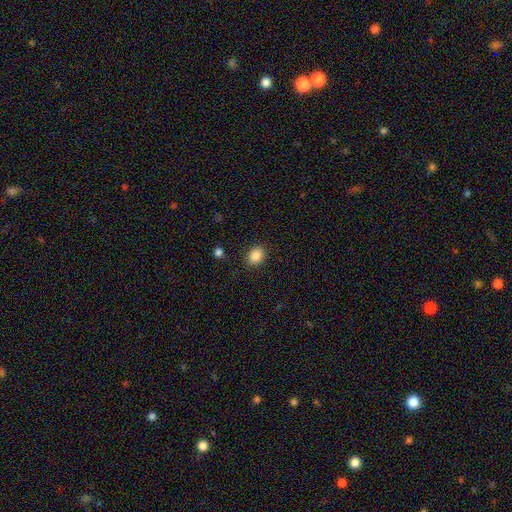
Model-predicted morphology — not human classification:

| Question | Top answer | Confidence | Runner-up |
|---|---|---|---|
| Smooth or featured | smooth | 86% | star or artifact (9%) |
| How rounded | in between | 56% | round (43%) |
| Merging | none | 87% | minor disturbance (9%) |